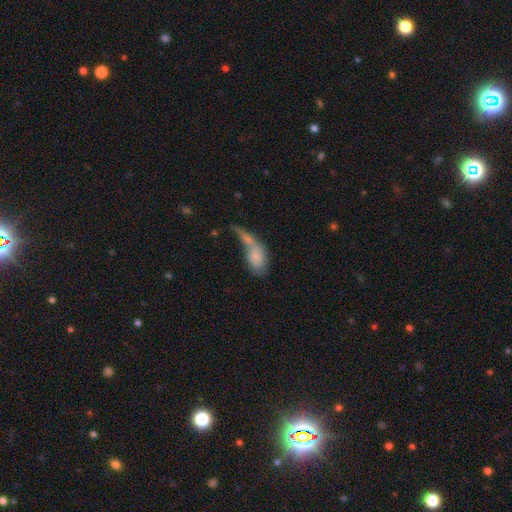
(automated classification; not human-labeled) A smooth galaxy with no disk features (72%) that is in between round and cigar-shaped (83%). Merging: merger (50%).